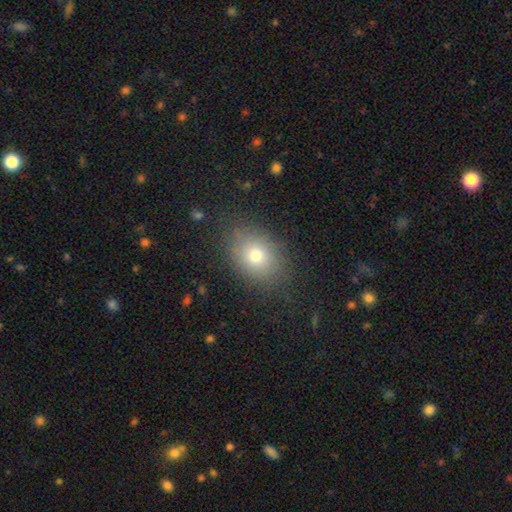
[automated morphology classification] Smooth or featured? smooth (74%)
How rounded? in between (64%)
Merging? none (82%)